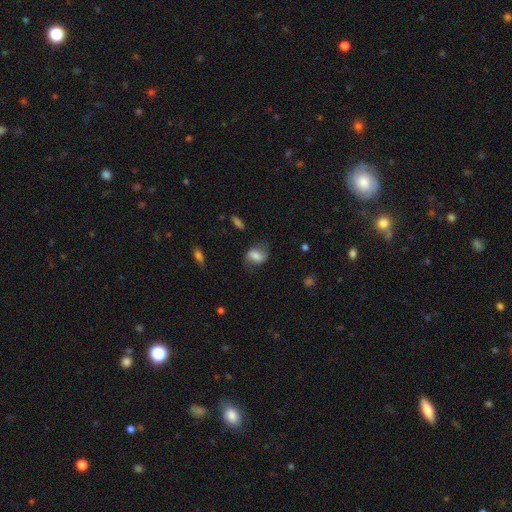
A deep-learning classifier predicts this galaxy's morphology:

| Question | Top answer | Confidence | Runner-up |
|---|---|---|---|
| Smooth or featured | smooth | 61% | featured or disk (30%) |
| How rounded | in between | 68% | round (30%) |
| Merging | none | 63% | minor disturbance (24%) |